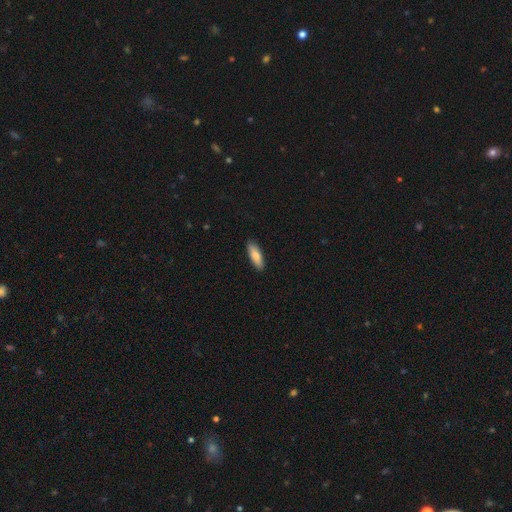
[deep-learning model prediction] Smooth or featured? smooth (80%)
How rounded? in between (58%)
Merging? none (90%)